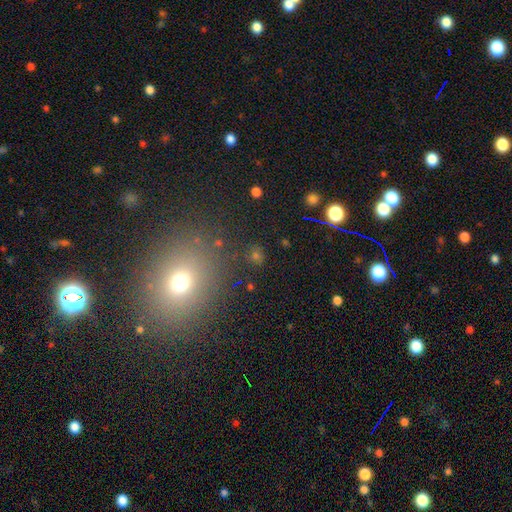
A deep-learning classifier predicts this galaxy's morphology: Smooth or featured? Predicted: smooth (p=0.60). How rounded? Predicted: round (p=0.71). Merging? Predicted: none (p=0.82).